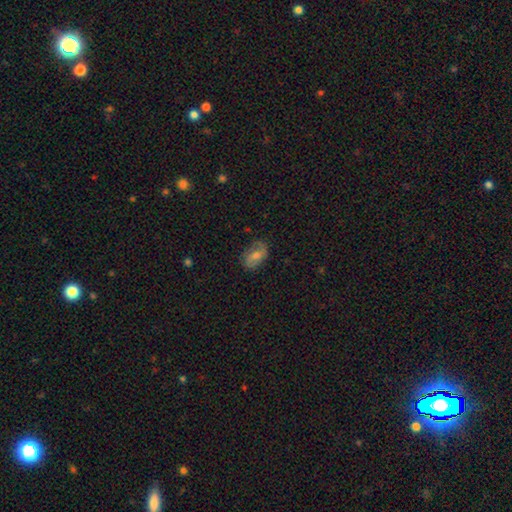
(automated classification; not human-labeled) Smooth or featured? Predicted: featured or disk (p=0.52). Edge-on disk? Predicted: no (p=0.95). Merging? Predicted: none (p=0.76).